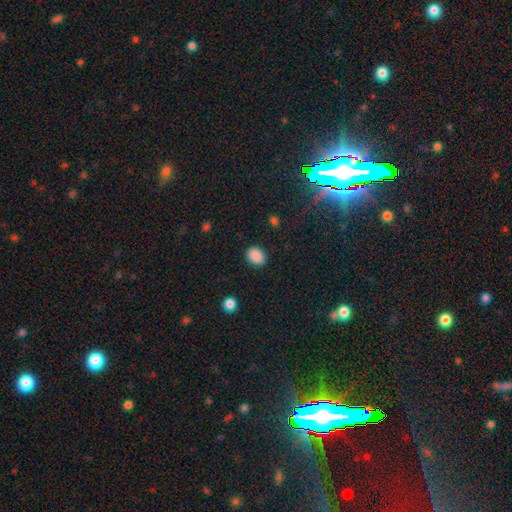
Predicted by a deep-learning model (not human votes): A smooth galaxy with no disk features (89%) that is in between round and cigar-shaped (53%).

Vote fractions:
- Smooth or featured? smooth: 89% / star or artifact: 9% / featured or disk: 3%
- How rounded? in between: 53% / round: 46% / cigar-shaped: 1%
- Merging? none: 88% / minor disturbance: 8% / major disturbance: 2% / merger: 1%